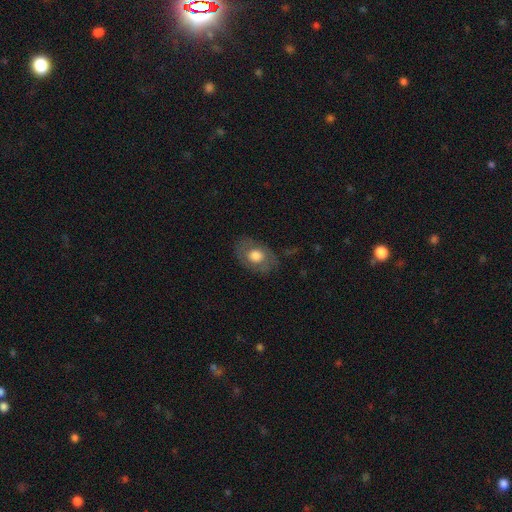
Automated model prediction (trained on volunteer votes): This is possibly a smooth galaxy (58%). How rounded: likely in between (75%). Merging: likely none (75%).